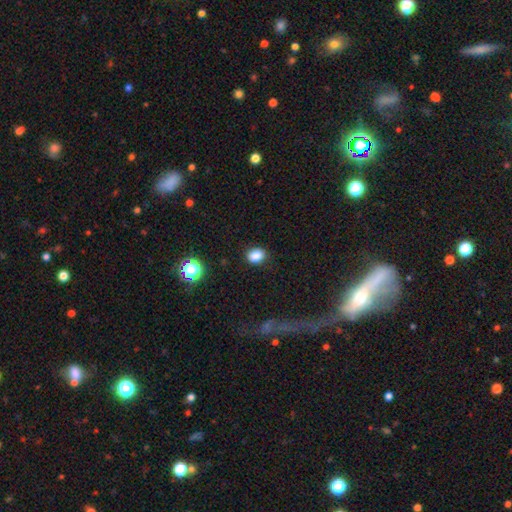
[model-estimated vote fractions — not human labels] This appears to be a smooth galaxy with no disk features (85%) that is in between round and cigar-shaped (51%). Merging: none (84%).